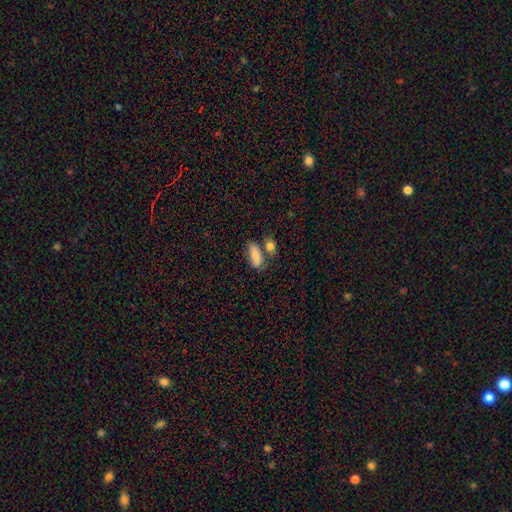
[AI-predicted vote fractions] Q: Smooth or featured?
A: smooth (84%); runner-up: featured or disk (9%)
Q: How rounded?
A: in between (80%); runner-up: cigar-shaped (16%)
Q: Merging?
A: none (49%); runner-up: merger (28%)